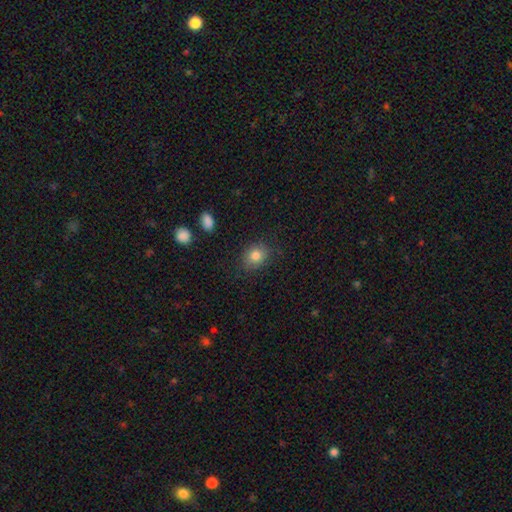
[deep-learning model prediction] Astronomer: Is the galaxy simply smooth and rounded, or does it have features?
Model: smooth — 82%.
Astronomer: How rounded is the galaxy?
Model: in between — 50% (runner-up: round, 49%).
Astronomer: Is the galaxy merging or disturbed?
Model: none — 83%.